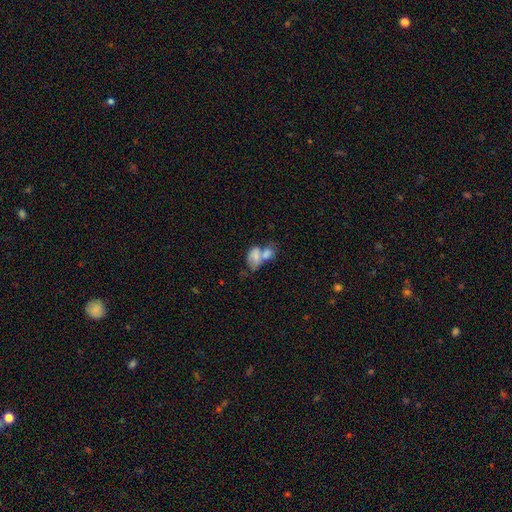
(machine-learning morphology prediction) The model was most divided on "smooth or featured": smooth: 66%, featured or disk: 25%, star or artifact: 9%. More confident: how rounded — in between (86%); merging — merger (70%).